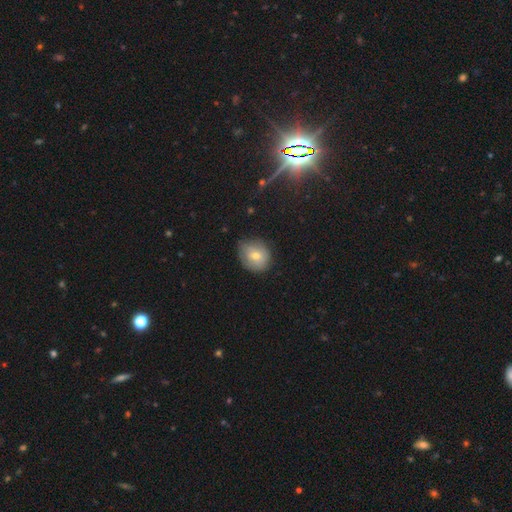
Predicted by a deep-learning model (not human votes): smooth_or_featured: smooth (p=0.62) [alt: featured or disk p=0.26]
how_rounded: round (p=0.72) [alt: in between p=0.27]
merging: none (p=0.70) [alt: minor disturbance p=0.24]